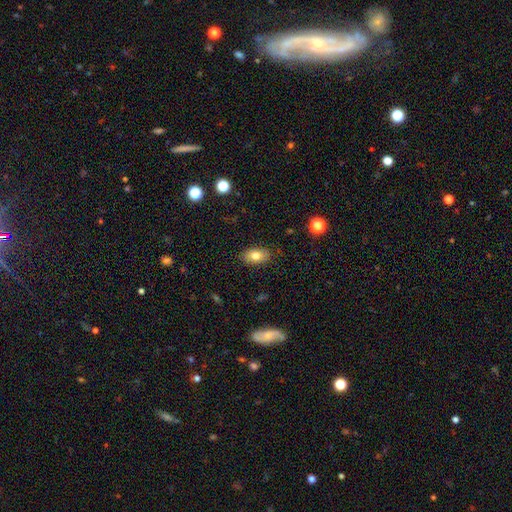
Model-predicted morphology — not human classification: Smooth or featured?
  - smooth: 78% *
  - featured or disk: 13%
  - star or artifact: 9%
How rounded?
  - in between: 88% *
  - round: 10%
  - cigar-shaped: 2%
Merging?
  - none: 85% *
  - minor disturbance: 11%
  - major disturbance: 3%
  - merger: 1%